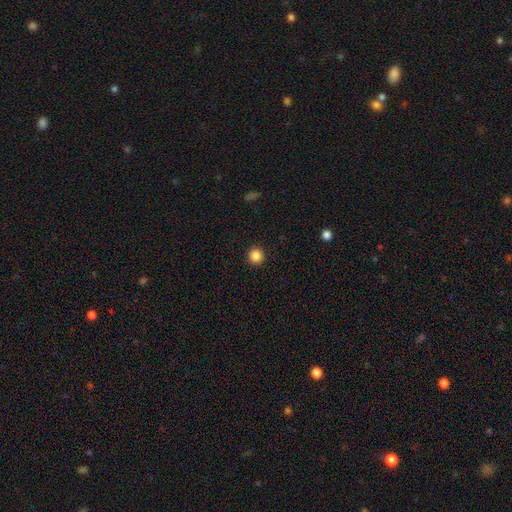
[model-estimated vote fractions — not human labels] The model was most divided on "smooth or featured": smooth: 86%, star or artifact: 11%, featured or disk: 3%. More confident: how rounded — round (95%); merging — none (93%).